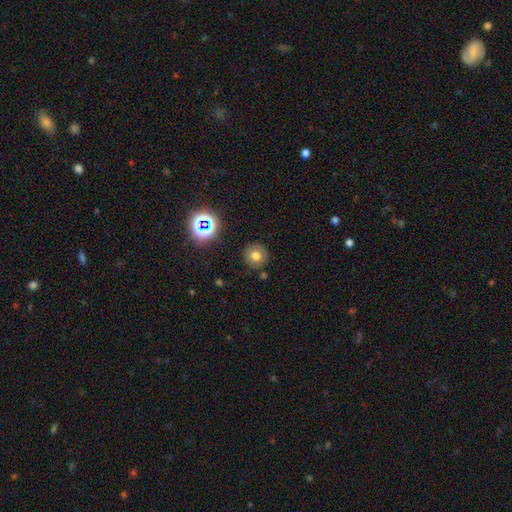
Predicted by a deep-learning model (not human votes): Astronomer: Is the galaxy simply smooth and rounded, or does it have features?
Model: smooth — 68%.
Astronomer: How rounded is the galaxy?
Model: round — 92%.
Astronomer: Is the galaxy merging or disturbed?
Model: none — 85%.